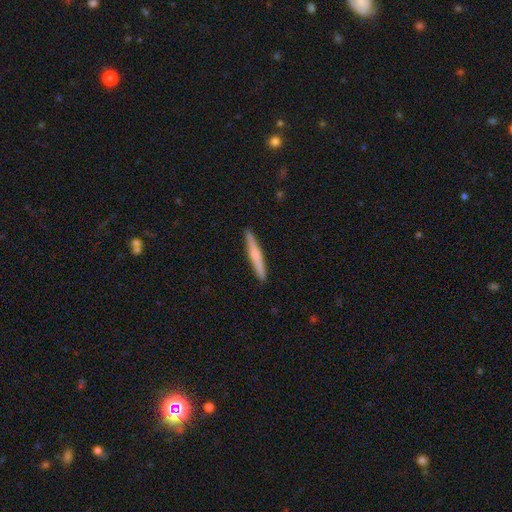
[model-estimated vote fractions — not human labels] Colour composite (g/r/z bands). It shows a smooth galaxy with no disk features (51%) that is cigar-shaped (95%). Merging: none (92%).